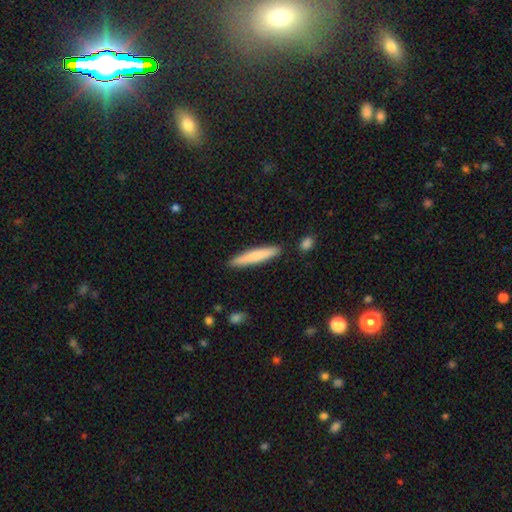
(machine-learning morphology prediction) Smooth or featured: smooth — 76% (featured or disk — 19%)
How rounded: cigar-shaped — 93% (in between — 6%)
Merging: none — 90% (minor disturbance — 7%)